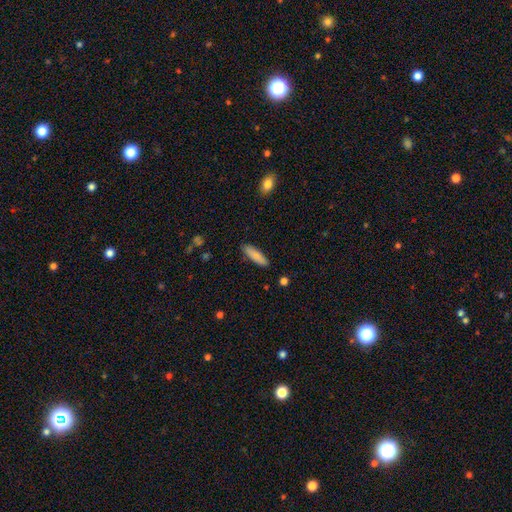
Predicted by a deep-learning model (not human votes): Morphology: type=smooth (84%); roundness=cigar-shaped (64%); merging=none (88%).